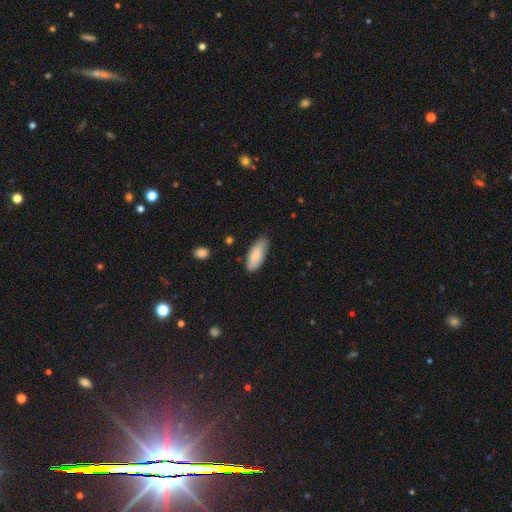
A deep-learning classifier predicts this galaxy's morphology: Smooth or featured? Predicted: smooth (p=0.82). How rounded? Predicted: in between (p=0.82). Merging? Predicted: none (p=0.81).